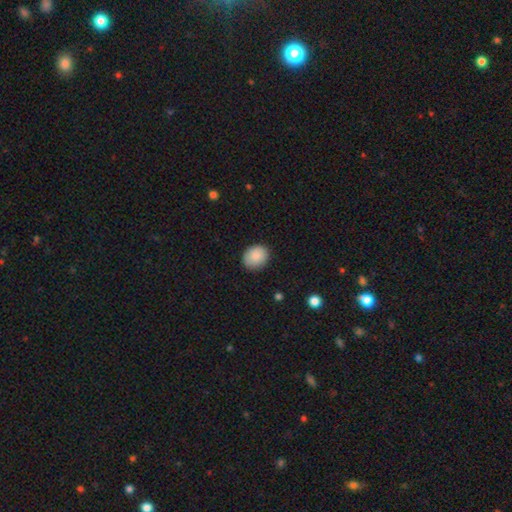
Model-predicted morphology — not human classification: type=smooth (89%); roundness=round (57%); merging=none (87%).